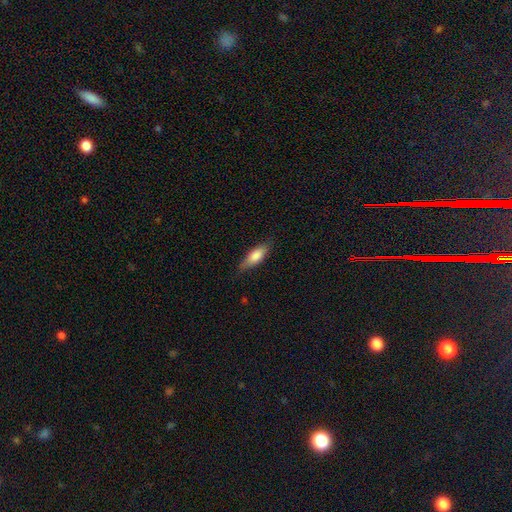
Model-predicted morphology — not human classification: smooth 76%, featured or disk 18%, star or artifact 6%. Down the decision tree: how rounded — in between (62%); merging — none (77%).